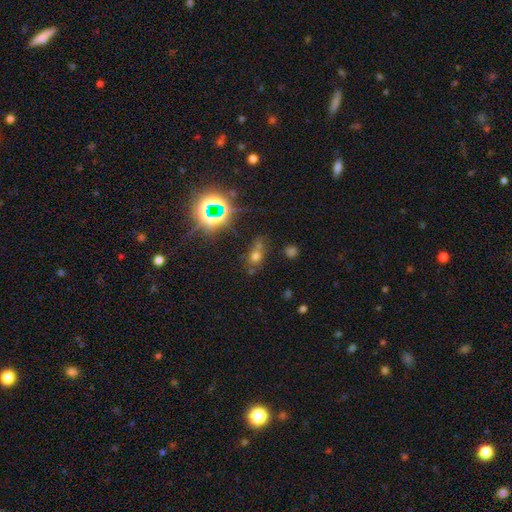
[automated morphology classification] smooth-or-featured: smooth: 51% | star or artifact: 37% | featured or disk: 12%
  how-rounded: round: 52% | in between: 44% | cigar-shaped: 4%
  merging: none: 53% | merger: 24% | minor disturbance: 15% | major disturbance: 8%